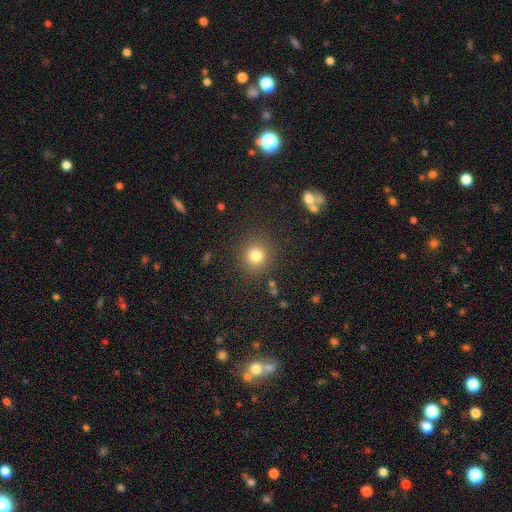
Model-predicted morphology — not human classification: smooth 80%, star or artifact 13%, featured or disk 7%. Down the decision tree: how rounded — round (91%); merging — none (87%).